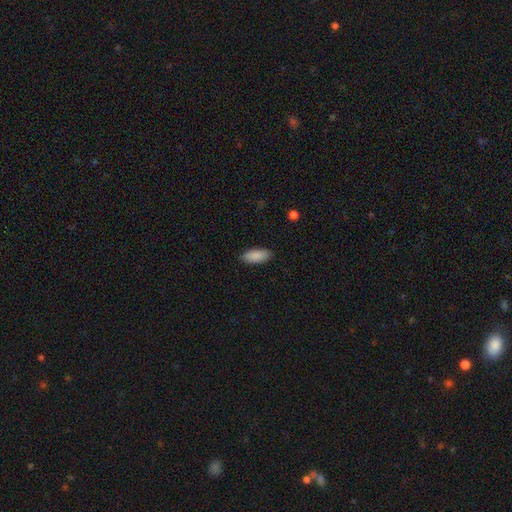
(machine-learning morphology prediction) This is clearly a smooth galaxy (90%). How rounded: clearly in between (82%). Merging: clearly none (89%).